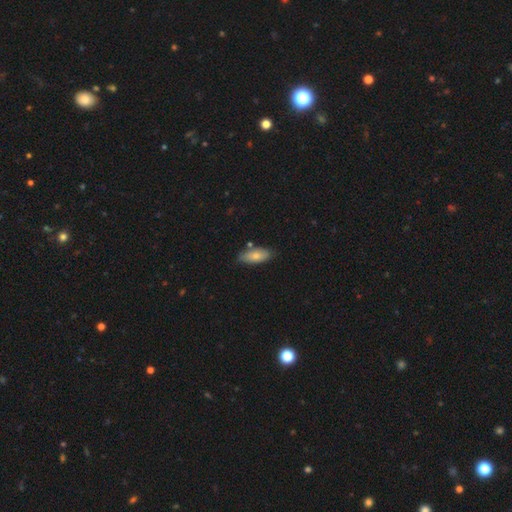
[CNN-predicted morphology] Q: Smooth or featured?
A: smooth (76%); runner-up: featured or disk (18%)
Q: How rounded?
A: in between (82%); runner-up: cigar-shaped (16%)
Q: Merging?
A: none (77%); runner-up: minor disturbance (16%)